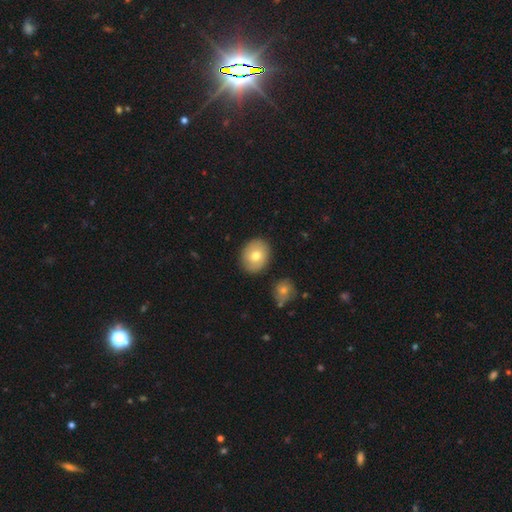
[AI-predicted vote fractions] smooth_or_featured: smooth (p=0.73) [alt: featured or disk p=0.19]
how_rounded: round (p=0.54) [alt: in between p=0.45]
merging: none (p=0.86) [alt: minor disturbance p=0.08]